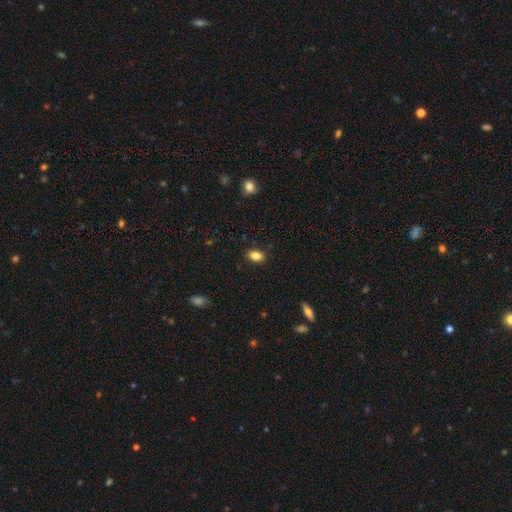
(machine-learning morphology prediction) Smooth or featured? smooth (85%)
How rounded? in between (84%)
Merging? none (86%)